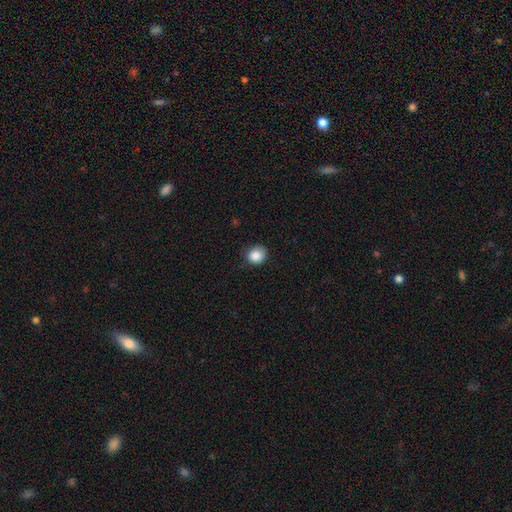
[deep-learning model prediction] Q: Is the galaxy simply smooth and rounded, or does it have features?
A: smooth — 85%.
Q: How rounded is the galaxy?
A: round — 79%.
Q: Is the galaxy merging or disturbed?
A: none — 76%.